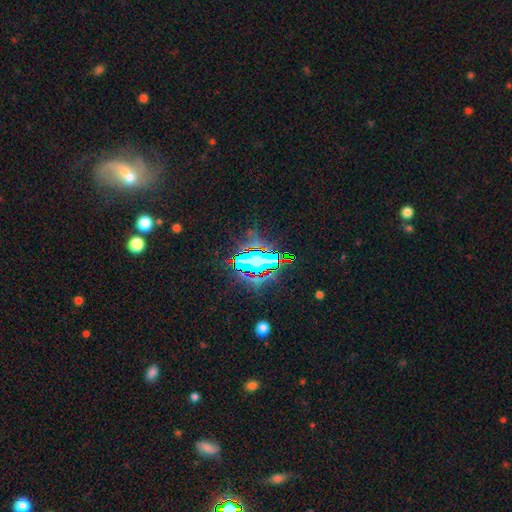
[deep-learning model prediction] Overall: star or artifact (77%).